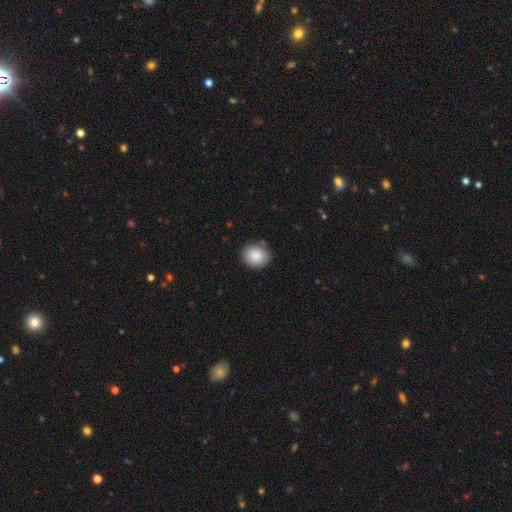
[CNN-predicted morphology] This appears to be a smooth galaxy with no disk features (87%) that is round (73%). Merging: none (85%).